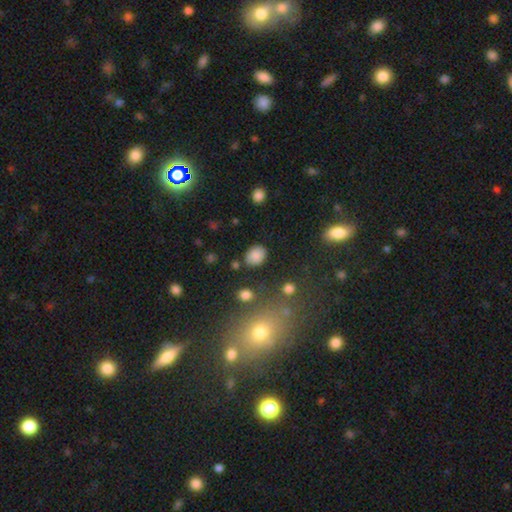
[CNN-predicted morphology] This appears to be a smooth galaxy with no disk features (84%) that is in between round and cigar-shaped (60%). Merging: none (80%).